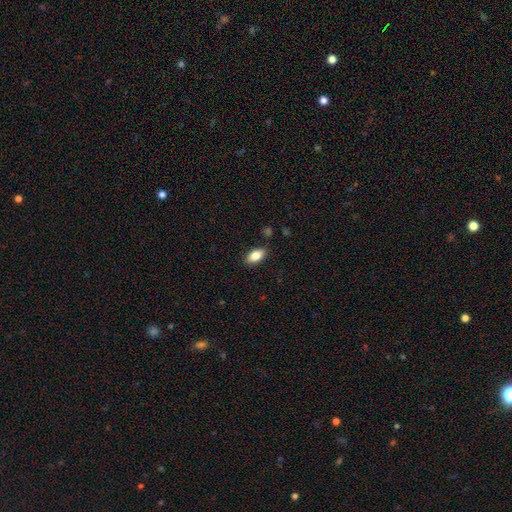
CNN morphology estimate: type=smooth (83%); roundness=in between (90%); merging=none (87%).